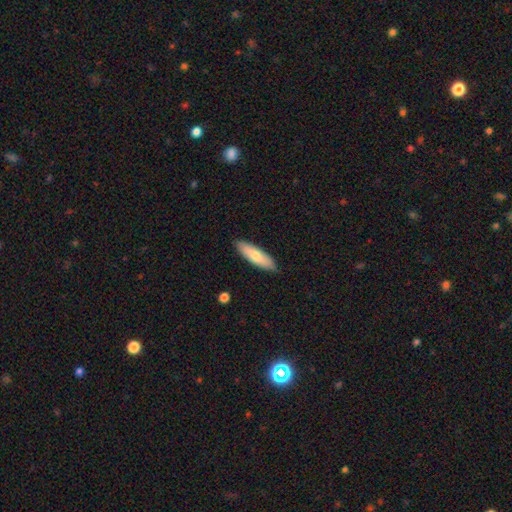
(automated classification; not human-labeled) smooth_or_featured: smooth (p=0.74) [alt: featured or disk p=0.20]
how_rounded: cigar-shaped (p=0.51) [alt: in between p=0.48]
merging: none (p=0.86) [alt: minor disturbance p=0.11]